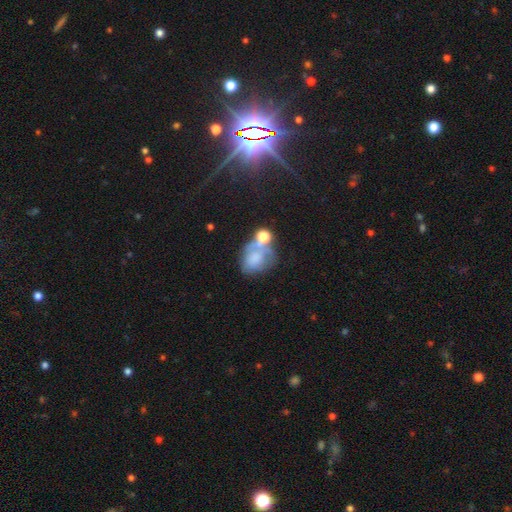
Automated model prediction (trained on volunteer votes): The model was most divided on "merging": merger: 31%, none: 29%, minor disturbance: 21%, major disturbance: 19%. More confident: how rounded — in between (59%); smooth or featured — smooth (55%).